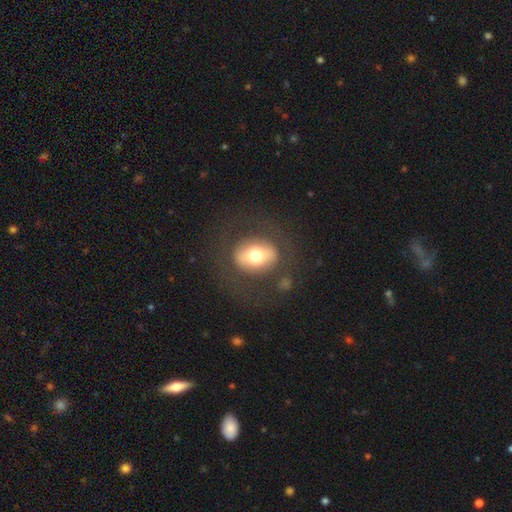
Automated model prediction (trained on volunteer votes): Smooth or featured? smooth (58%)
How rounded? round (52%)
Merging? none (76%)